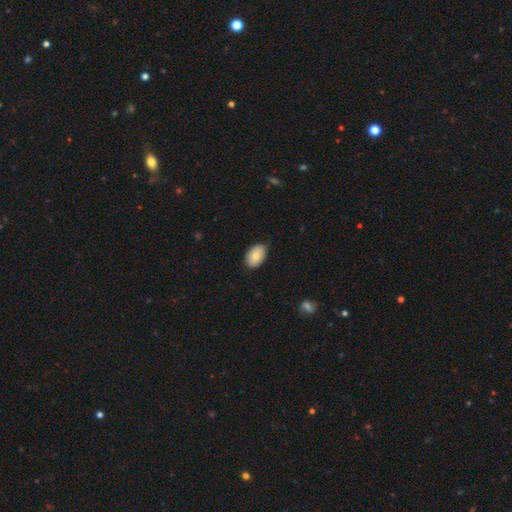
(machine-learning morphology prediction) Smooth or featured? Predicted: smooth (p=0.79). How rounded? Predicted: in between (p=0.91). Merging? Predicted: none (p=0.81).